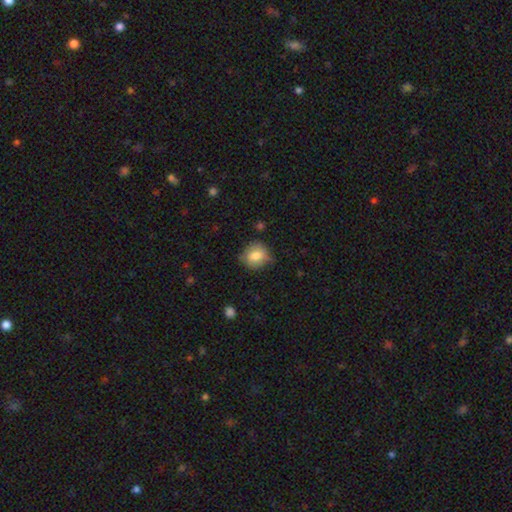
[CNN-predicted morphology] This appears to be a smooth galaxy with no disk features (79%) that is round (81%). Merging: none (71%).